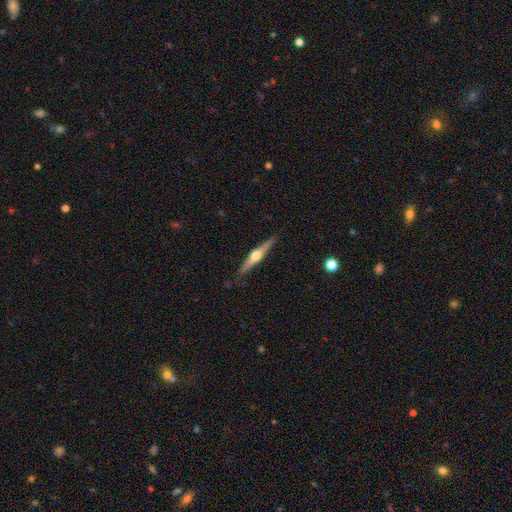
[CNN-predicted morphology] This appears to be a featured or disk galaxy (73%) viewed edge-on (98%) with a rounded central bulge (94%). Merging: none (87%).